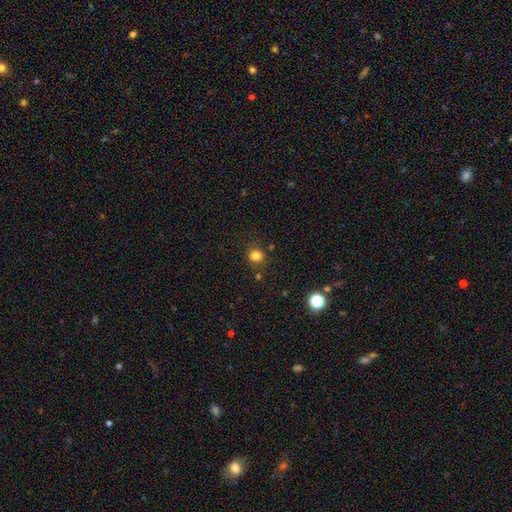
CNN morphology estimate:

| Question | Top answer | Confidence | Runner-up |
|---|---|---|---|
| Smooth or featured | smooth | 80% | star or artifact (15%) |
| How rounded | round | 80% | in between (19%) |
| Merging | none | 80% | minor disturbance (12%) |